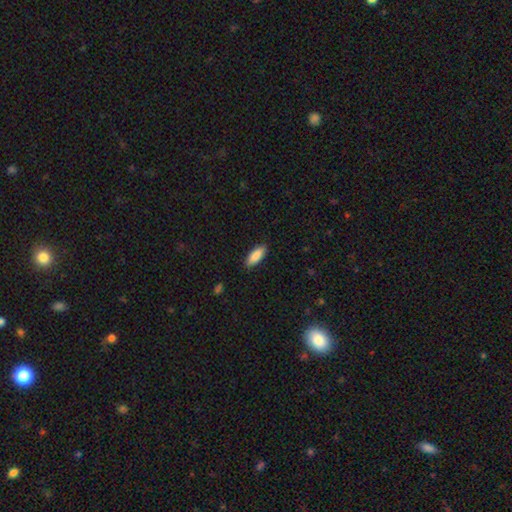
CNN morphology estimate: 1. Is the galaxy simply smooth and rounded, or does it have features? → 88% smooth, 6% featured or disk, 6% star or artifact.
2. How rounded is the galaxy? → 69% in between, 30% cigar-shaped, 2% round.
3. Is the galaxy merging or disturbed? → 88% none, 9% minor disturbance, 2% major disturbance, 1% merger.